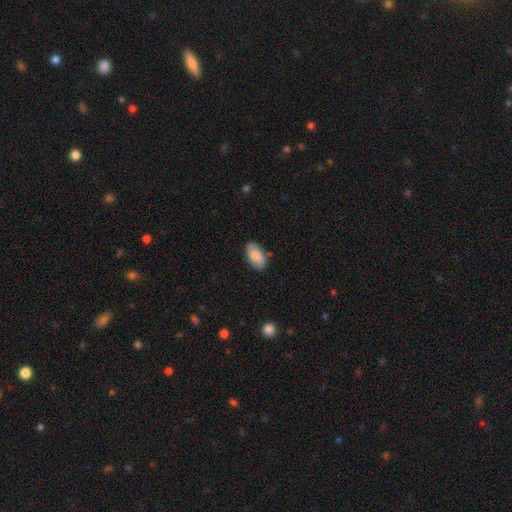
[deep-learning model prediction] Smooth or featured? smooth (81%)
How rounded? in between (94%)
Merging? none (80%)